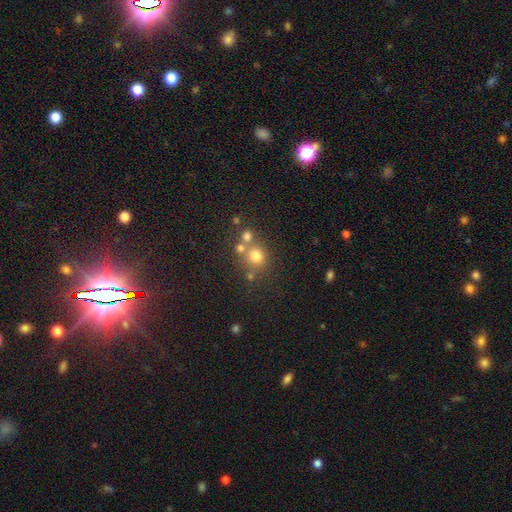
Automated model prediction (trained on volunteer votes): Overall: smooth (71%). How rounded: round (88%). Merging: none (59%; merger 28%).